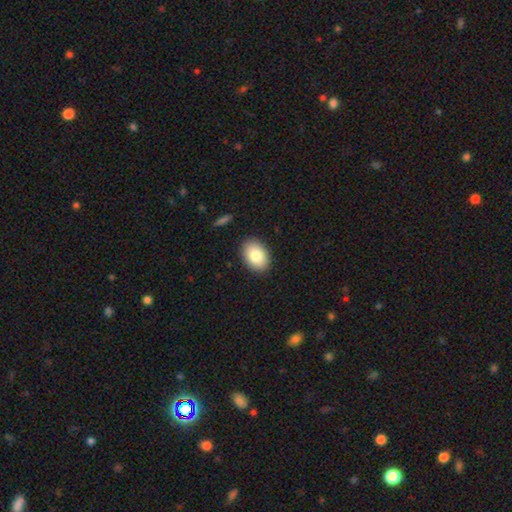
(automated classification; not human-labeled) The model was most divided on "how rounded": in between: 86%, round: 13%, cigar-shaped: 1%. More confident: merging — none (89%); smooth or featured — smooth (84%).